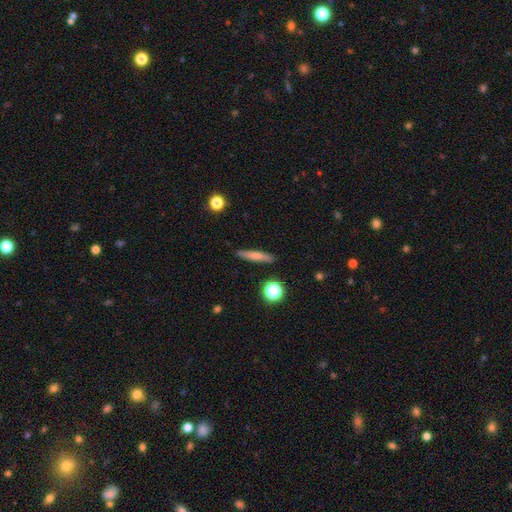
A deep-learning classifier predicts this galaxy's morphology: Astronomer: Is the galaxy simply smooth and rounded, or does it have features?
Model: smooth — 69%.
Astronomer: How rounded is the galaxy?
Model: cigar-shaped — 88%.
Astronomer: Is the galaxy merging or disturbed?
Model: none — 89%.